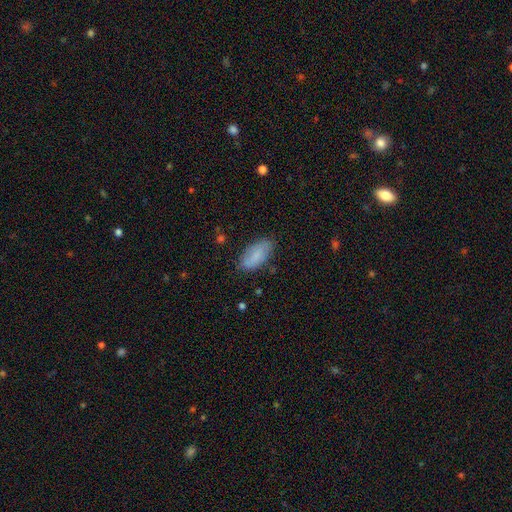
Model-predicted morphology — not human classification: A smooth galaxy with no disk features (79%) that is in between round and cigar-shaped (90%). Merging: none (77%).